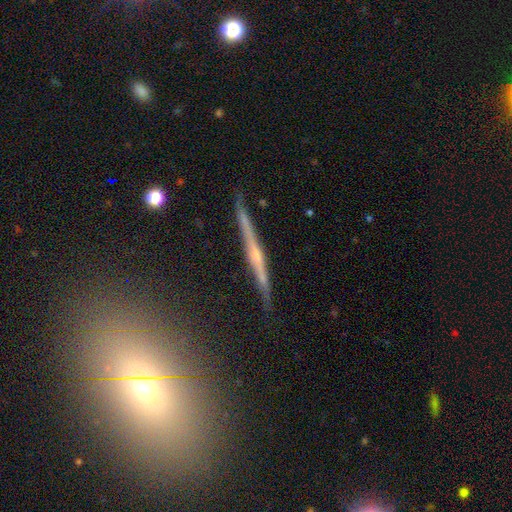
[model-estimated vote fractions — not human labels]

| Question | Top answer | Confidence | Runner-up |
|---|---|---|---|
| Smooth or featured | featured or disk | 76% | smooth (16%) |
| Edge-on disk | yes | 97% | no (3%) |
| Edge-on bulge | rounded | 54% | none (33%) |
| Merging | none | 87% | minor disturbance (9%) |